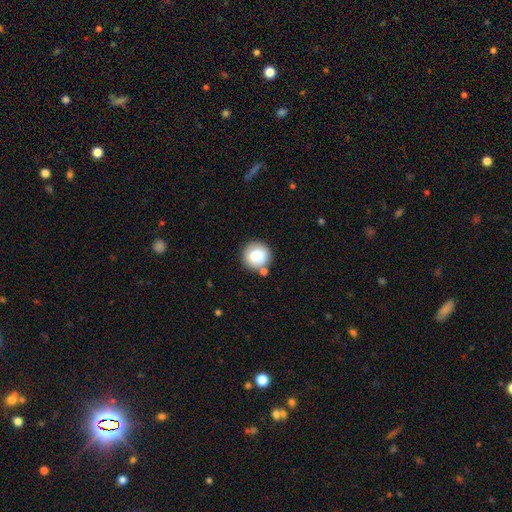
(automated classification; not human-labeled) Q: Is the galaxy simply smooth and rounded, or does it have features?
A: smooth — 78%.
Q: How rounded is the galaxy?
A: round — 92%.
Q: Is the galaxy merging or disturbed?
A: none — 76%.